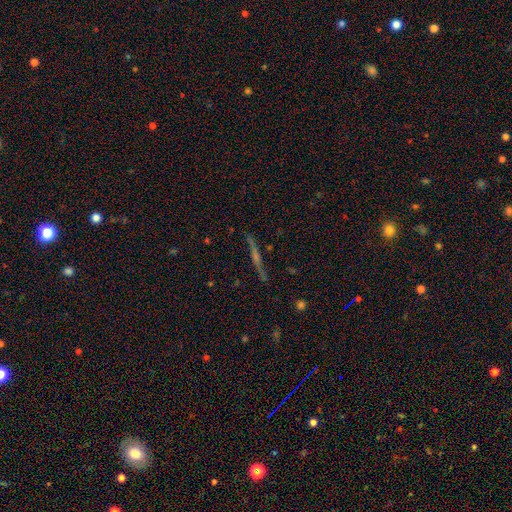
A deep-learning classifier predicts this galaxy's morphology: A featured or disk galaxy (72%) viewed edge-on (95%) with a rounded central bulge (65%). Merging: none (88%).